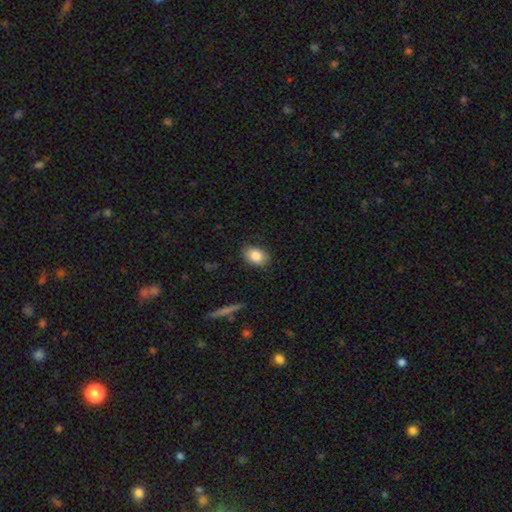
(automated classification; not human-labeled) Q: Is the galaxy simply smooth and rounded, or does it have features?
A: smooth — 85%.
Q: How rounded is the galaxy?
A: in between — 78%.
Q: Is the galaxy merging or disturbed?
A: none — 85%.